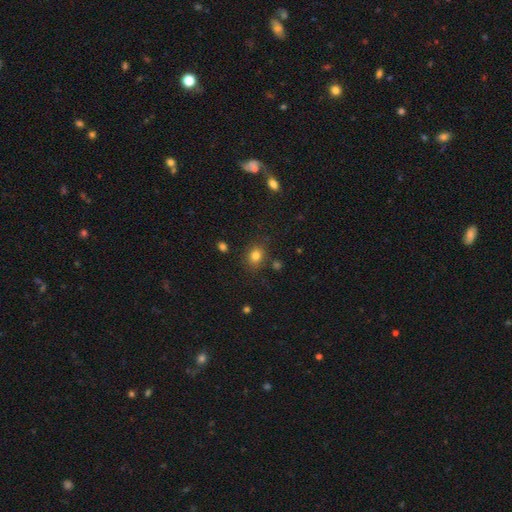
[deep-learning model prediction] The model was most divided on "how rounded": round: 52%, in between: 47%, cigar-shaped: 1%. More confident: merging — none (82%); smooth or featured — smooth (80%).